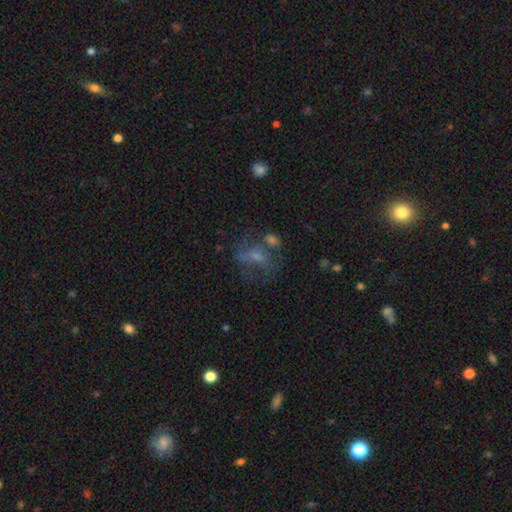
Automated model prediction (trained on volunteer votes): Overall: featured or disk (48%; smooth 31%). Merging: none (43%; major disturbance 26%).